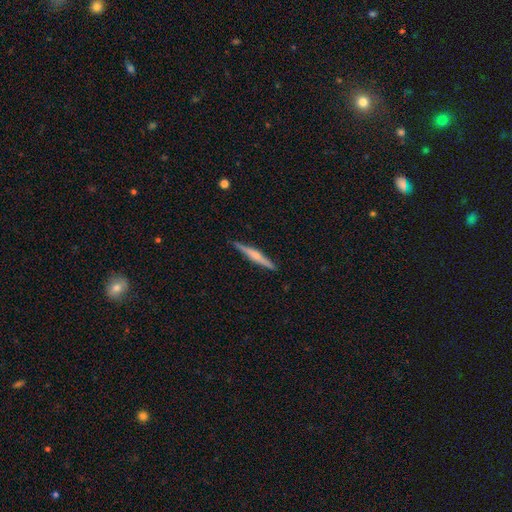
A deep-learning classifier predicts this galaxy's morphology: smooth-or-featured: featured or disk: 59% | smooth: 35% | star or artifact: 6%
  disk-edge-on: yes: 98% | no: 2%
    edge-on-bulge: rounded: 70% | none: 19% | boxy: 11%
  merging: none: 90% | minor disturbance: 7% | major disturbance: 1% | merger: 1%